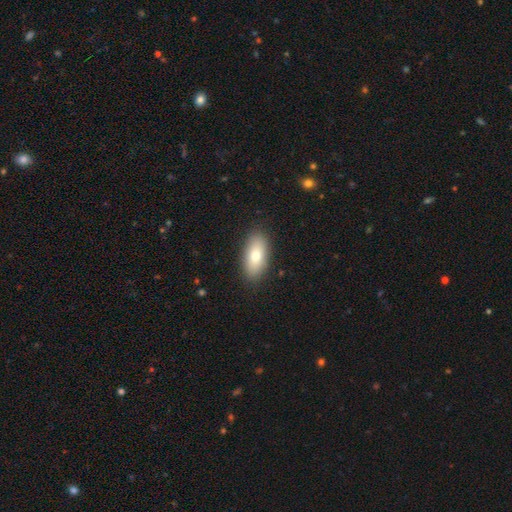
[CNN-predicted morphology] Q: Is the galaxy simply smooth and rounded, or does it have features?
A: smooth — 76%.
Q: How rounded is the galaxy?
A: in between — 88%.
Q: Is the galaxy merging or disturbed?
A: none — 88%.